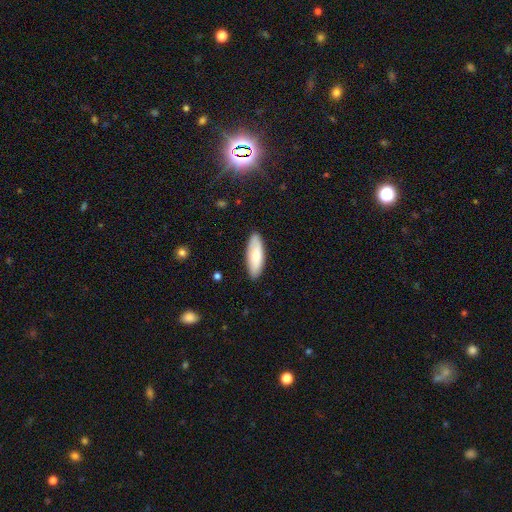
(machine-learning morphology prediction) This appears to be a smooth galaxy with no disk features (74%) that is in between round and cigar-shaped (66%). Merging: none (87%).